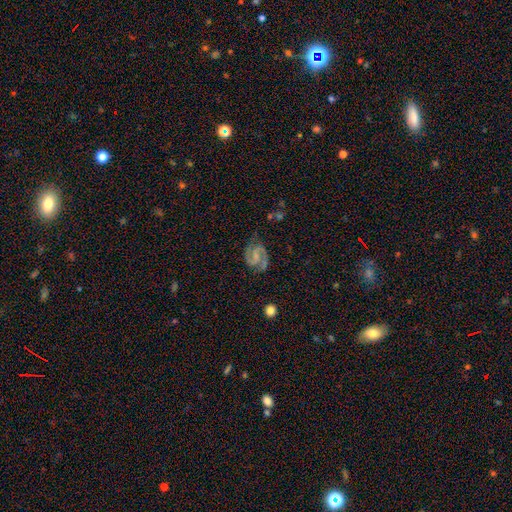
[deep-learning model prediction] Smooth or featured? Predicted: featured or disk (p=0.87). Edge-on disk? Predicted: no (p=0.98). Bar? Predicted: weak (p=0.47). Spiral arms? Predicted: yes (p=0.97). Spiral winding? Predicted: medium (p=0.56). Spiral arm count? Predicted: 2 (p=0.92). Bulge size? Predicted: none (p=0.46). Merging? Predicted: none (p=0.73).